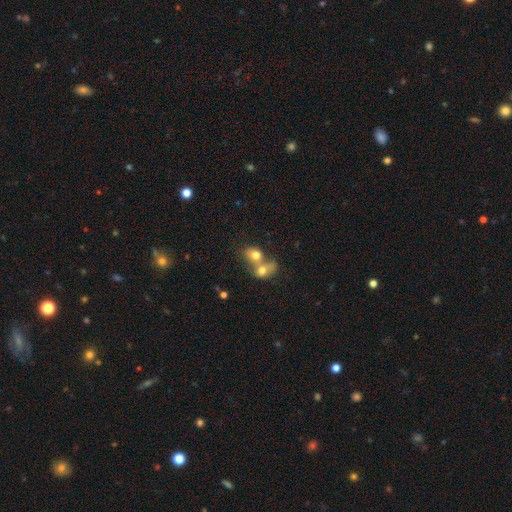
This is likely a smooth galaxy (70%). How rounded: possibly round (50%, tied with in between). Merging: likely merger (79%).